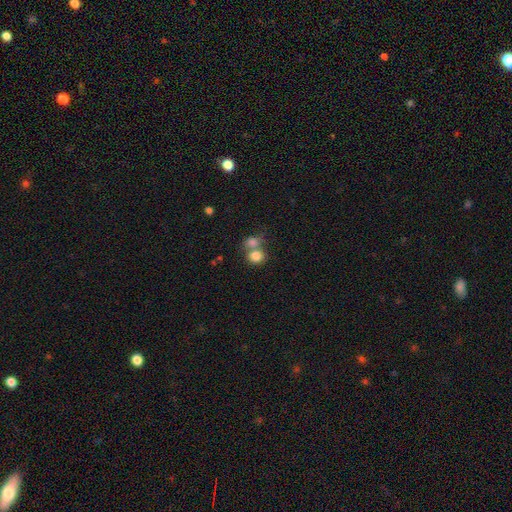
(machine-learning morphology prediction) This appears to be a smooth galaxy with no disk features (81%) that is round (72%). Merging: merger (53%).